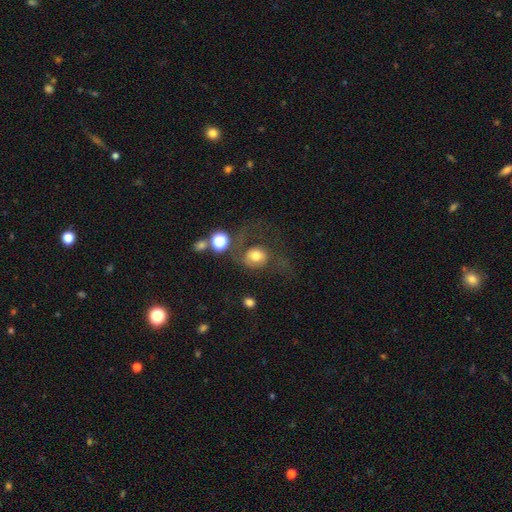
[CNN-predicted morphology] A smooth galaxy with no disk features (62%) that is round (71%).

Vote fractions:
- Smooth or featured? smooth: 62% / featured or disk: 27% / star or artifact: 11%
- How rounded? round: 71% / in between: 28% / cigar-shaped: 1%
- Merging? major disturbance: 40% / none: 36% / minor disturbance: 17% / merger: 7%